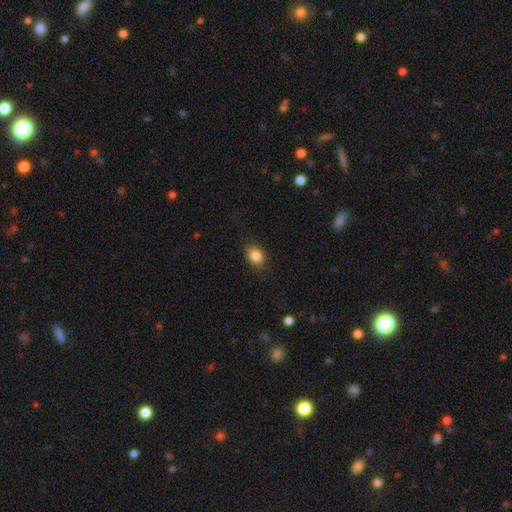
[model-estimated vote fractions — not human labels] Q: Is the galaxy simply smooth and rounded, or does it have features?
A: smooth — 84%.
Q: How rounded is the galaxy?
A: in between — 67%.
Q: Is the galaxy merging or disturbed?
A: none — 84%.